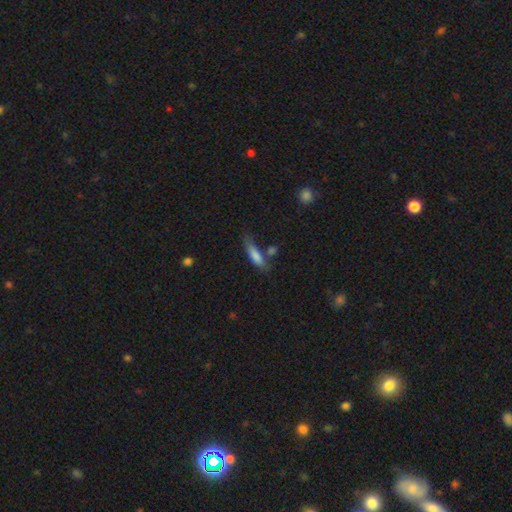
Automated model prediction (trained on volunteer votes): Smooth or featured? Predicted: smooth (p=0.80). How rounded? Predicted: cigar-shaped (p=0.58). Merging? Predicted: none (p=0.53).